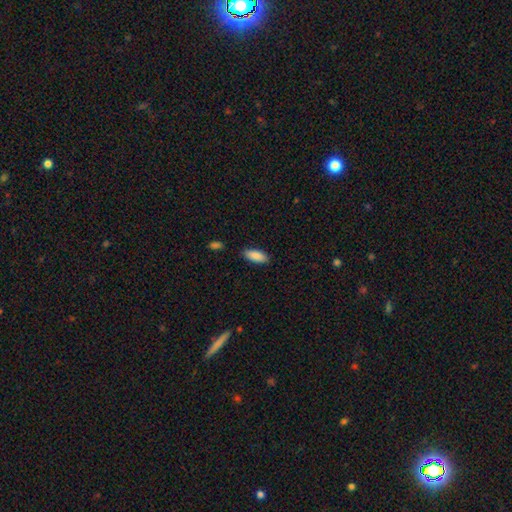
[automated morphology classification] smooth-or-featured: smooth: 89% | star or artifact: 6% | featured or disk: 5%
  how-rounded: in between: 82% | cigar-shaped: 16% | round: 2%
  merging: none: 86% | minor disturbance: 10% | major disturbance: 2% | merger: 2%